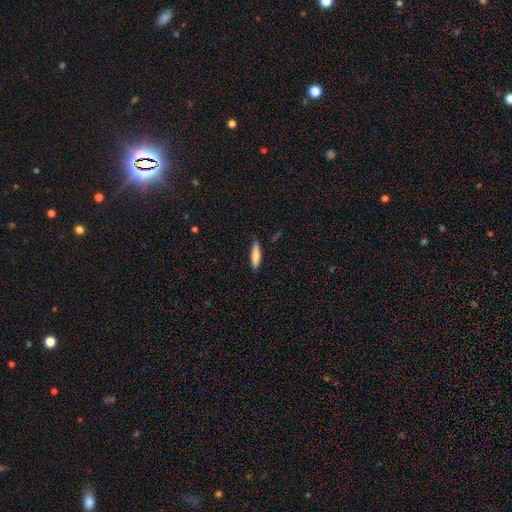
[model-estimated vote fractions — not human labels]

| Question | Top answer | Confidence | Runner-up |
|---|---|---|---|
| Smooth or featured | smooth | 82% | featured or disk (12%) |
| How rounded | cigar-shaped | 66% | in between (33%) |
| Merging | none | 82% | minor disturbance (14%) |